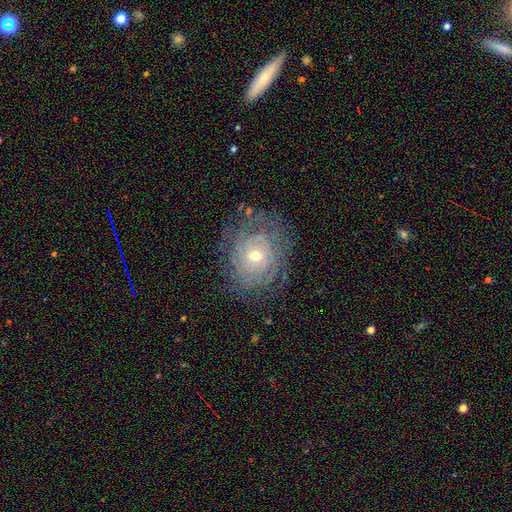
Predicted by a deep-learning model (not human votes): A featured or disk galaxy (71%) with no bar (78%), tight (78%) spiral arms (83%) and a small central bulge (48%, tied with moderate).

Vote fractions:
- Smooth or featured? featured or disk: 71% / smooth: 16% / star or artifact: 13%
- Edge-on disk? no: 96% / yes: 4%
- Bar? no: 78% / weak: 17% / strong: 5%
- Spiral arms? yes: 83% / no: 17%
- Spiral winding? tight: 78% / medium: 16% / loose: 6%
- Spiral arm count? can't tell: 57% / 2: 11% / more than 4: 9% / 3: 9% / 4: 9% / 1: 6%
- Bulge size? small: 48% (tied) / moderate: 48% (tied) / large: 2% / dominant: 1% / none: 1%
- Merging? none: 76% / minor disturbance: 15% / major disturbance: 8% / merger: 1%